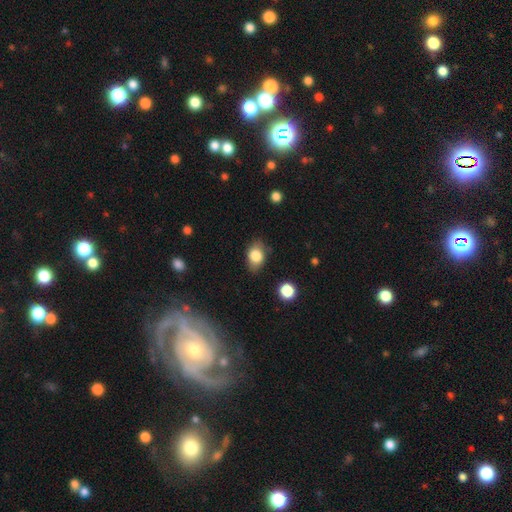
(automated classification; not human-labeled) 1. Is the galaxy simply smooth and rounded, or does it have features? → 81% smooth, 11% featured or disk, 8% star or artifact.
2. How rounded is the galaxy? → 79% in between, 19% round, 1% cigar-shaped.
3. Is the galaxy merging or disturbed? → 76% none, 18% minor disturbance, 4% major disturbance, 2% merger.